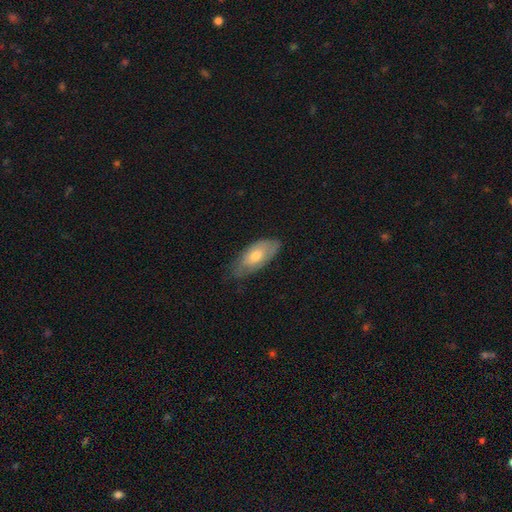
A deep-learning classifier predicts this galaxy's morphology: Smooth or featured? Predicted: smooth (p=0.62). How rounded? Predicted: in between (p=0.87). Merging? Predicted: none (p=0.65).